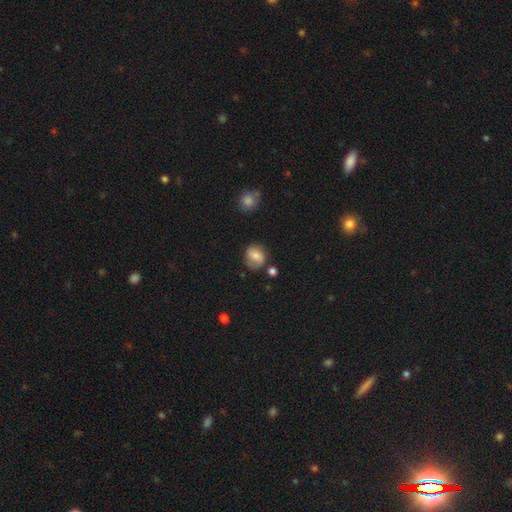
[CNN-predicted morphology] smooth-or-featured: smooth: 67% | featured or disk: 24% | star or artifact: 9%
  how-rounded: round: 65% | in between: 34% | cigar-shaped: 1%
  merging: none: 65% | minor disturbance: 23% | major disturbance: 7% | merger: 5%